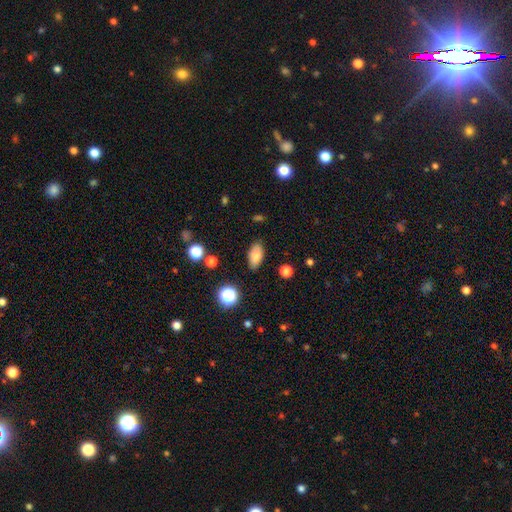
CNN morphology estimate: A smooth galaxy with no disk features (79%) that is in between round and cigar-shaped (89%).

Vote fractions:
- Smooth or featured? smooth: 79% / featured or disk: 11% / star or artifact: 10%
- How rounded? in between: 89% / round: 6% / cigar-shaped: 5%
- Merging? none: 84% / minor disturbance: 12% / major disturbance: 3% / merger: 2%